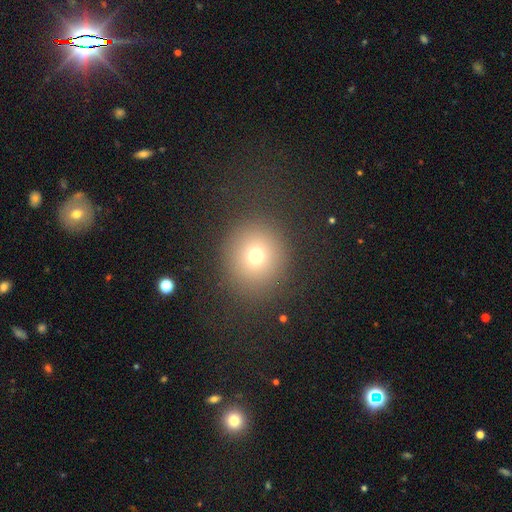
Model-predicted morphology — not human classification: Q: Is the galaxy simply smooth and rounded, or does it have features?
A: smooth — 71%.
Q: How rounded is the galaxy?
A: round — 89%.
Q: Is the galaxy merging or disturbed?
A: none — 85%.